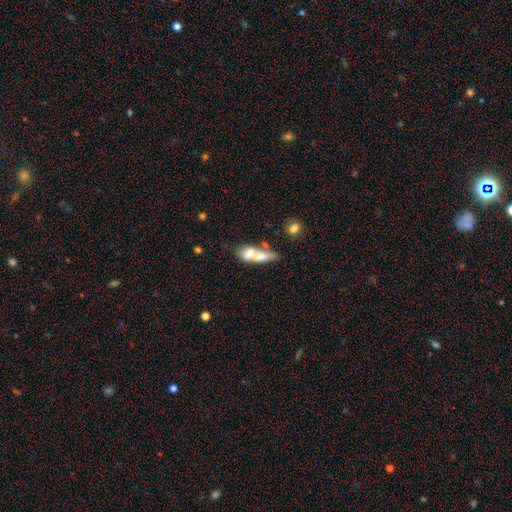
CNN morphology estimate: Smooth or featured: smooth — 60% (featured or disk — 31%)
How rounded: in between — 53% (cigar-shaped — 41%)
Merging: merger — 52% (none — 25%)